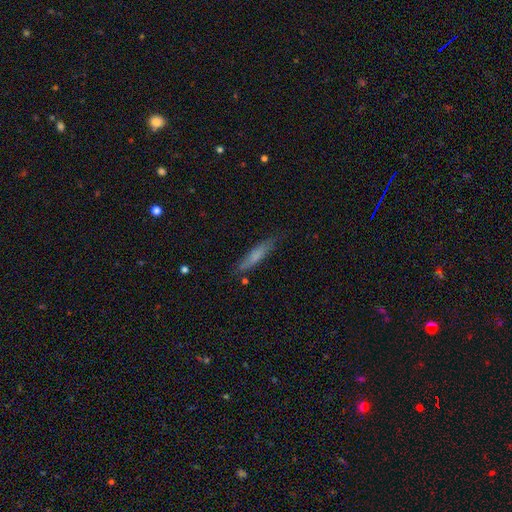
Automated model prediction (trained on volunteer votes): smooth-or-featured: smooth: 67% | featured or disk: 26% | star or artifact: 7%
  how-rounded: cigar-shaped: 87% | in between: 12% | round: 2%
  merging: none: 78% | minor disturbance: 16% | major disturbance: 3% | merger: 2%